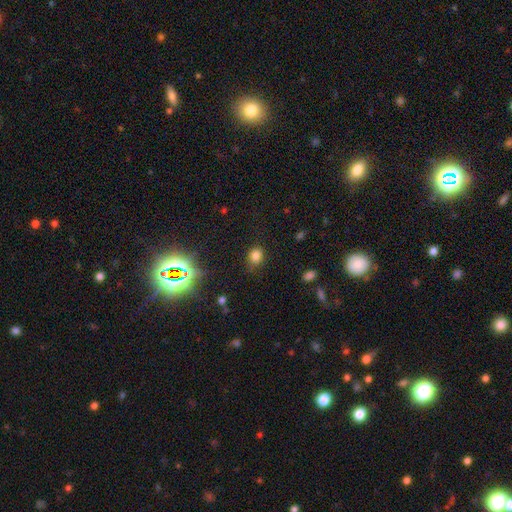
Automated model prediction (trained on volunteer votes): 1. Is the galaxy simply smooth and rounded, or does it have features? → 77% smooth, 17% star or artifact, 6% featured or disk.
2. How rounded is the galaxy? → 65% round, 34% in between, 1% cigar-shaped.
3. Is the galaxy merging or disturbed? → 79% none, 15% minor disturbance, 4% major disturbance, 2% merger.